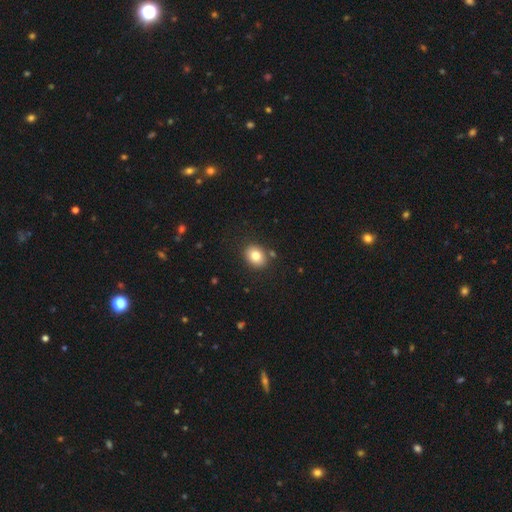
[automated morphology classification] Smooth or featured: smooth — 81% (star or artifact — 10%)
How rounded: in between — 51% (round — 48%)
Merging: none — 85% (minor disturbance — 9%)